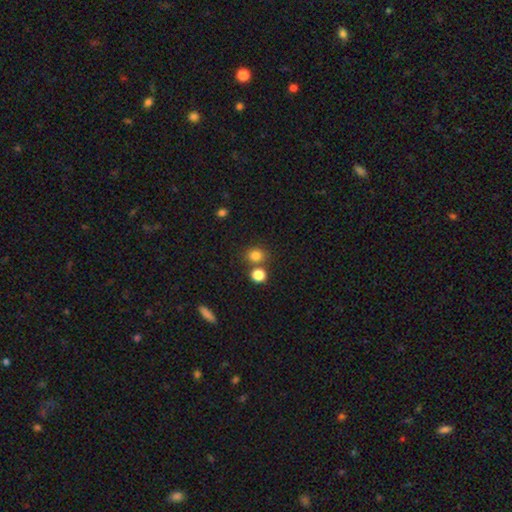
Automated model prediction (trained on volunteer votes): Q: Smooth or featured?
A: smooth (81%); runner-up: star or artifact (14%)
Q: How rounded?
A: round (73%); runner-up: in between (26%)
Q: Merging?
A: none (69%); runner-up: merger (19%)